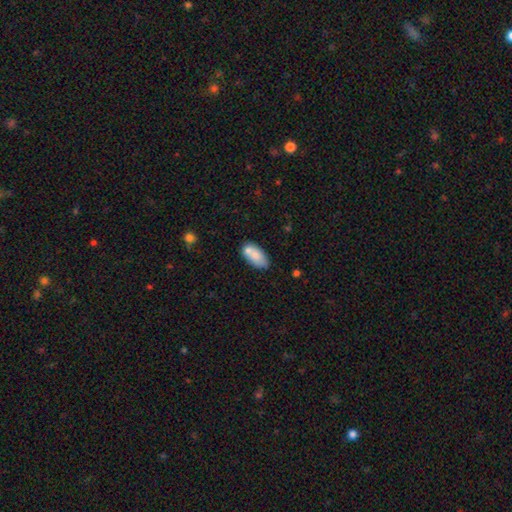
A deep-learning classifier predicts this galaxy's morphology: type=smooth (77%); roundness=in between (92%); merging=none (56%).